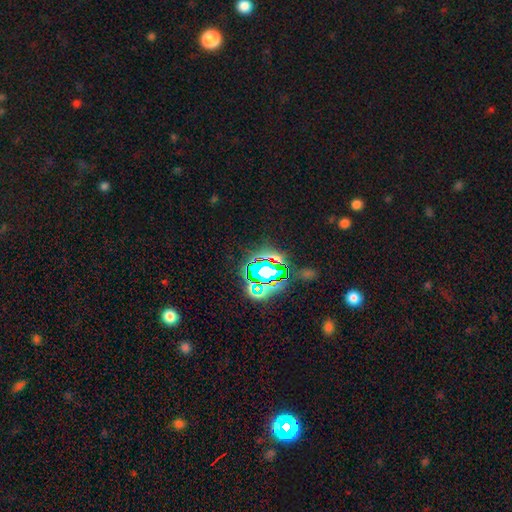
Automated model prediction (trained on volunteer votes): This appears to be a star or artifact, not a galaxy (82%).